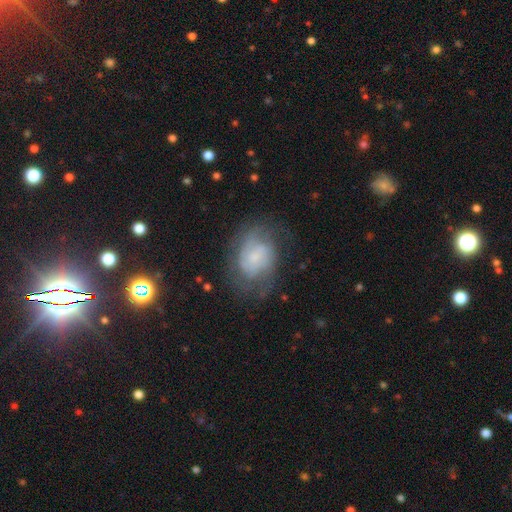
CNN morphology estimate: Smooth or featured? Predicted: featured or disk (p=0.67). Edge-on disk? Predicted: no (p=0.97). Bar? Predicted: no (p=0.61). Spiral arms? Predicted: yes (p=0.87). Spiral winding? Predicted: medium (p=0.42, tied with tight). Spiral arm count? Predicted: 2 (p=0.40). Bulge size? Predicted: small (p=0.52). Merging? Predicted: none (p=0.61).